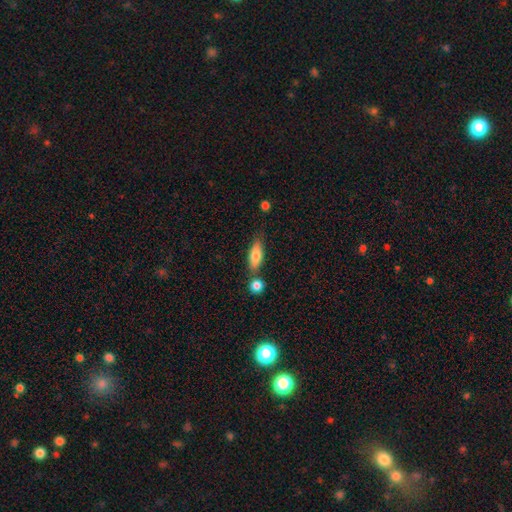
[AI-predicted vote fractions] Overall: smooth (75%). How rounded: in between (64%; cigar-shaped 32%). Merging: none (66%).